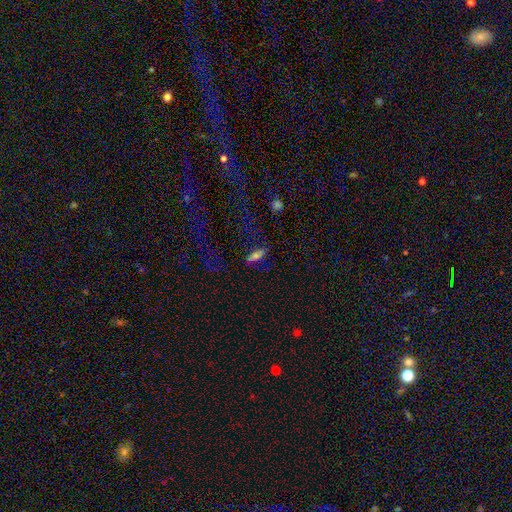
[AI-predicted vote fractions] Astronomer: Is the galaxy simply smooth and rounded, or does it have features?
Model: smooth — 65%.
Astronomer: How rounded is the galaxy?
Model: in between — 60%.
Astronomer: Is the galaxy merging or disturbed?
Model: none — 76%.